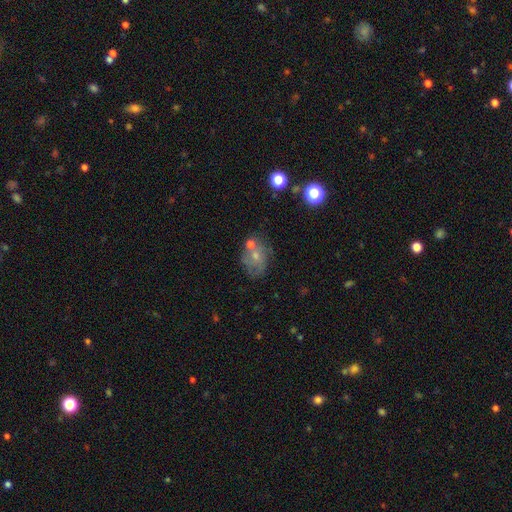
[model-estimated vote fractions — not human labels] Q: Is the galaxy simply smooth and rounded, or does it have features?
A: featured or disk — 49%.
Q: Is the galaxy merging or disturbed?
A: none — 57%.